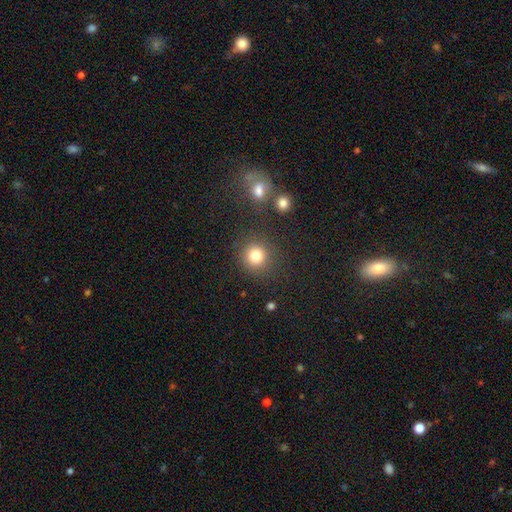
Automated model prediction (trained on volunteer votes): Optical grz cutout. It shows a smooth galaxy with no disk features (81%) that is round (91%). Merging: none (83%).